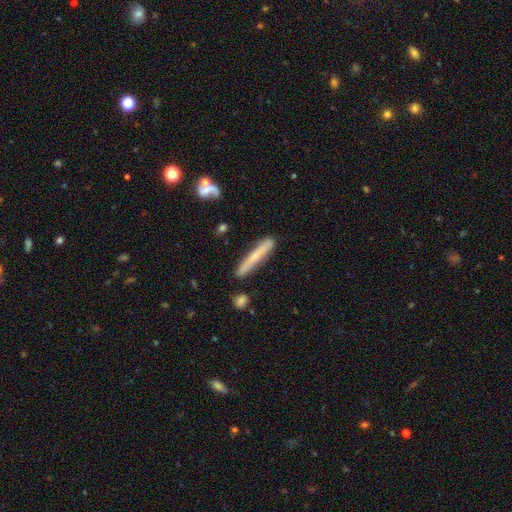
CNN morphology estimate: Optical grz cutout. It shows a smooth galaxy with no disk features (53%) that is cigar-shaped (94%). Merging: none (82%).